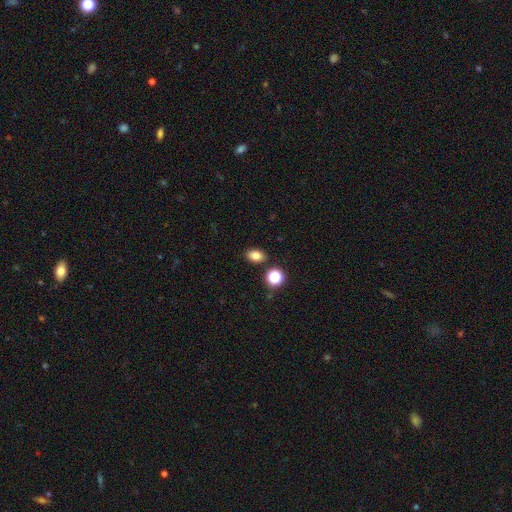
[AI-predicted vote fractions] smooth 81%, star or artifact 13%, featured or disk 6%. Down the decision tree: how rounded — in between (73%); merging — none (84%).